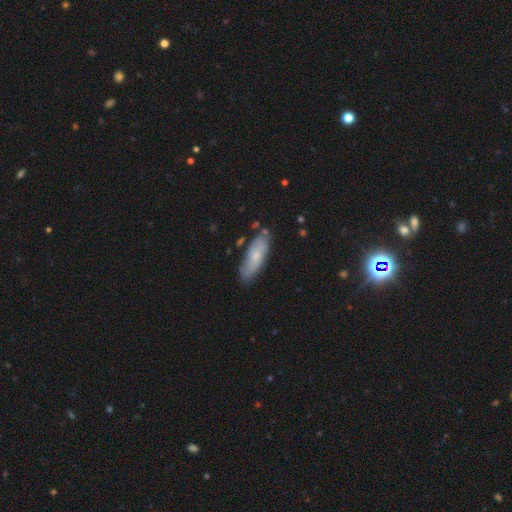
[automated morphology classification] smooth 64%, featured or disk 30%, star or artifact 6%. Down the decision tree: how rounded — in between (61%); merging — none (76%).